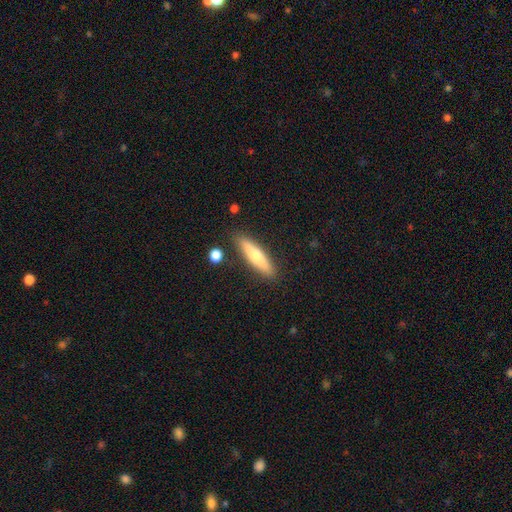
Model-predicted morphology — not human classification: Smooth or featured?
  - smooth: 60% *
  - featured or disk: 34%
  - star or artifact: 6%
How rounded?
  - cigar-shaped: 79% *
  - in between: 20%
  - round: 2%
Merging?
  - none: 86% *
  - minor disturbance: 9%
  - merger: 3%
  - major disturbance: 2%